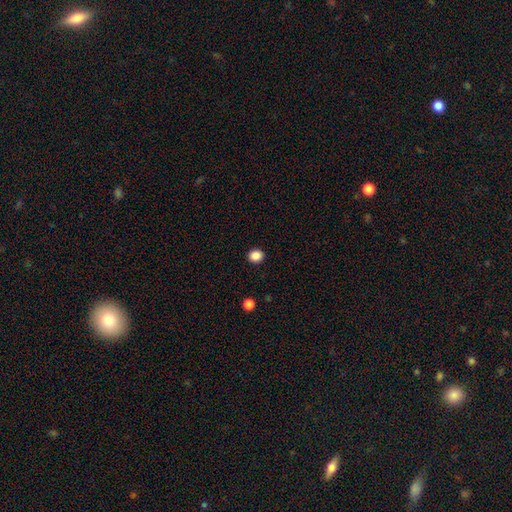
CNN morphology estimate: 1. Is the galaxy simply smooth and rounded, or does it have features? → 87% smooth, 10% star or artifact, 3% featured or disk.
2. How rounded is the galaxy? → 77% round, 23% in between, 1% cigar-shaped.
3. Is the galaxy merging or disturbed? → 92% none, 5% minor disturbance, 2% major disturbance, 1% merger.